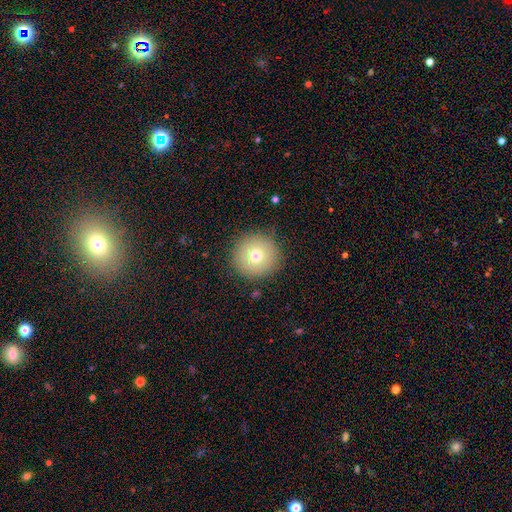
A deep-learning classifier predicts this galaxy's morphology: smooth 72%, featured or disk 16%, star or artifact 12%. Down the decision tree: how rounded — round (96%); merging — none (88%).